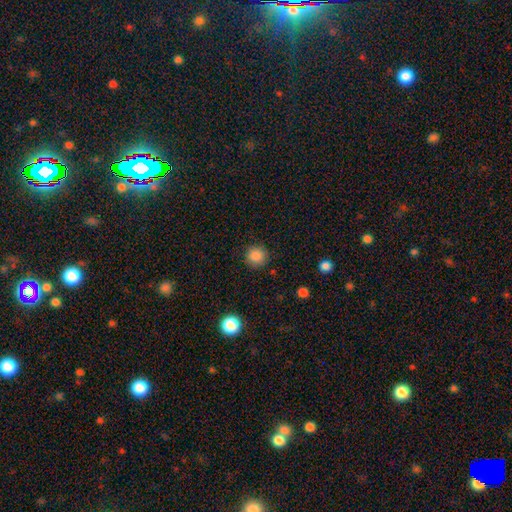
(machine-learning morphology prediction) A smooth galaxy with no disk features (87%) that is round (93%).

Vote fractions:
- Smooth or featured? smooth: 87% / star or artifact: 10% / featured or disk: 3%
- How rounded? round: 93% / in between: 6% / cigar-shaped: 1%
- Merging? none: 88% / minor disturbance: 8% / major disturbance: 3% / merger: 1%